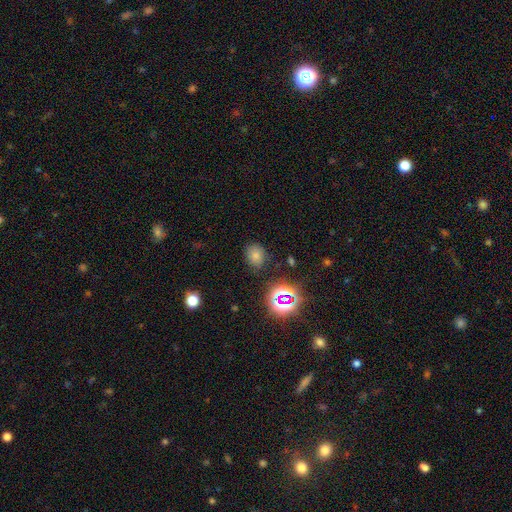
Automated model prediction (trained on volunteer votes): smooth_or_featured: smooth (p=0.69) [alt: star or artifact p=0.23]
how_rounded: round (p=0.51) [alt: in between p=0.48]
merging: none (p=0.80) [alt: minor disturbance p=0.14]